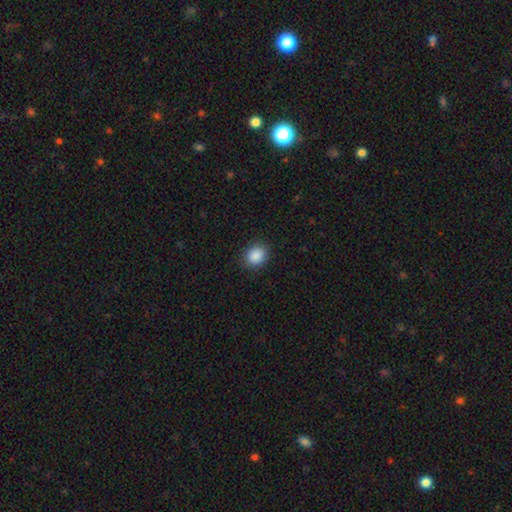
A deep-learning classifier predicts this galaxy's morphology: This appears to be a smooth galaxy with no disk features (88%) that is round (59%). Merging: none (88%).